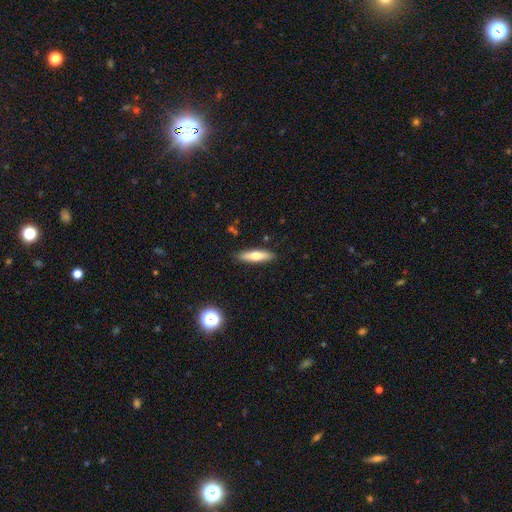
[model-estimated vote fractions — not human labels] Smooth or featured? Predicted: smooth (p=0.67). How rounded? Predicted: cigar-shaped (p=0.70). Merging? Predicted: none (p=0.88).